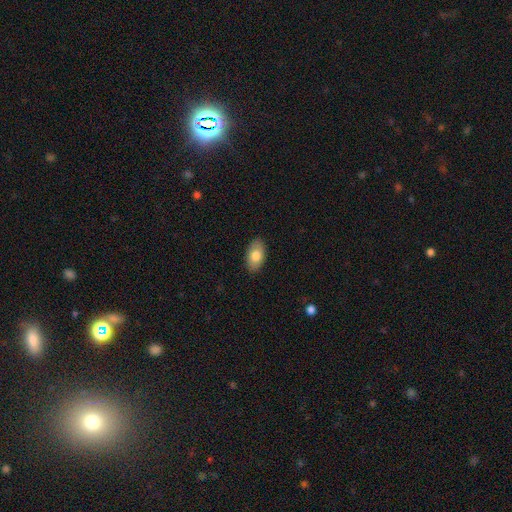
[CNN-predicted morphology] A smooth galaxy with no disk features (80%) that is in between round and cigar-shaped (94%).

Vote fractions:
- Smooth or featured? smooth: 80% / featured or disk: 14% / star or artifact: 6%
- How rounded? in between: 94% / round: 5% / cigar-shaped: 2%
- Merging? none: 89% / minor disturbance: 9% / major disturbance: 2% / merger: 1%